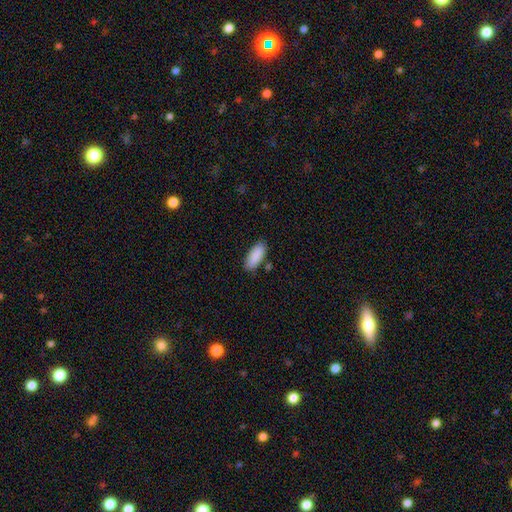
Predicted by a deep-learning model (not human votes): smooth-or-featured: smooth: 90% | star or artifact: 6% | featured or disk: 4%
  how-rounded: in between: 79% | cigar-shaped: 19% | round: 2%
  merging: none: 82% | minor disturbance: 12% | merger: 3% | major disturbance: 3%